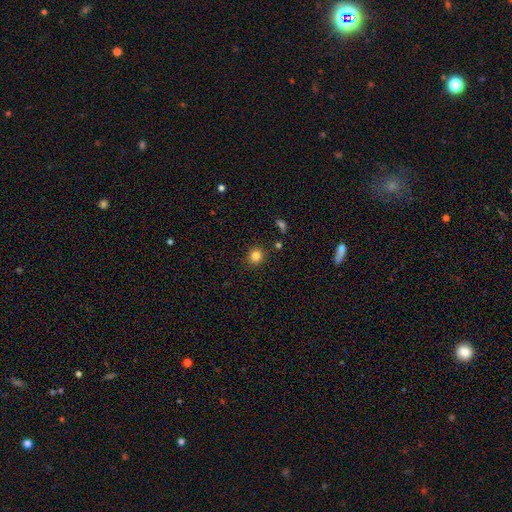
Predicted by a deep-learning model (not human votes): Overall: smooth (82%). How rounded: round (87%). Merging: none (87%).